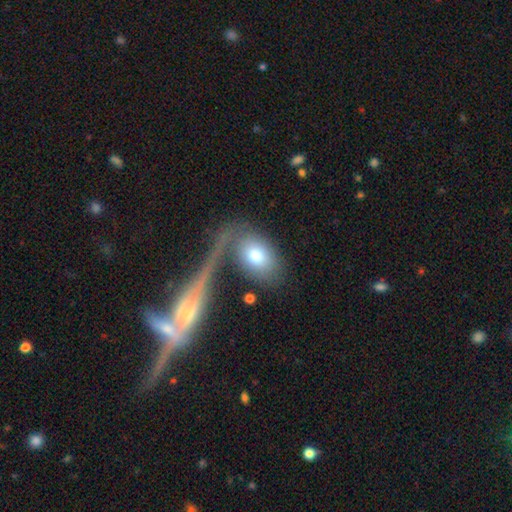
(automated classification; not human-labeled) The model was most divided on "merging": none: 52%, merger: 18%, major disturbance: 17%, minor disturbance: 13%. More confident: how rounded — in between (75%); smooth or featured — smooth (73%).